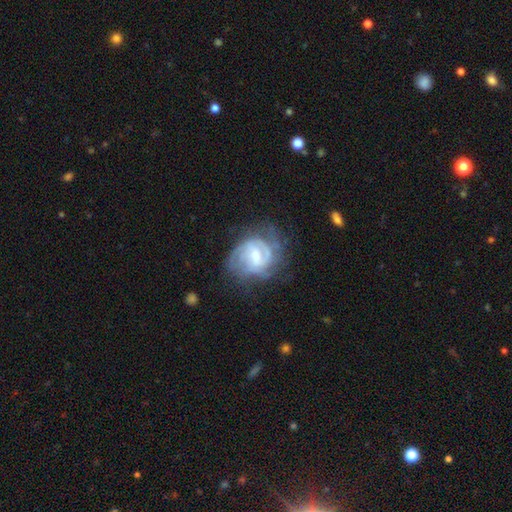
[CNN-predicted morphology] Smooth or featured: featured or disk — 81% (smooth — 12%)
Edge-on disk: no — 97% (yes — 3%)
Bar: weak — 57% (no — 22%)
Spiral arms: yes — 90% (no — 10%)
Spiral winding: tight — 58% (medium — 33%)
Spiral arm count: can't tell — 37% (2 — 32%)
Bulge size: moderate — 48% (small — 44%)
Merging: none — 61% (minor disturbance — 23%)